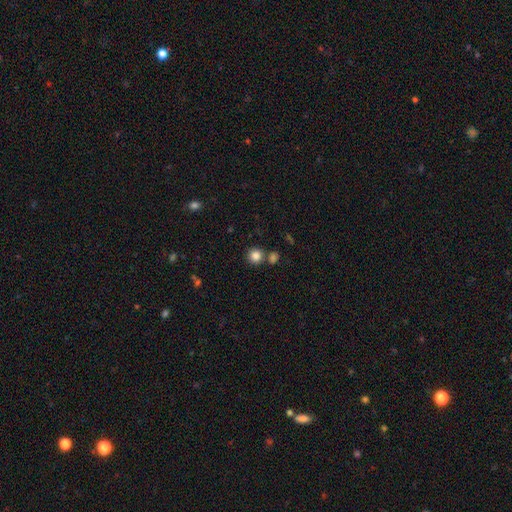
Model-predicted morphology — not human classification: Smooth or featured: smooth — 84% (star or artifact — 11%)
How rounded: round — 91% (in between — 8%)
Merging: none — 74% (merger — 16%)